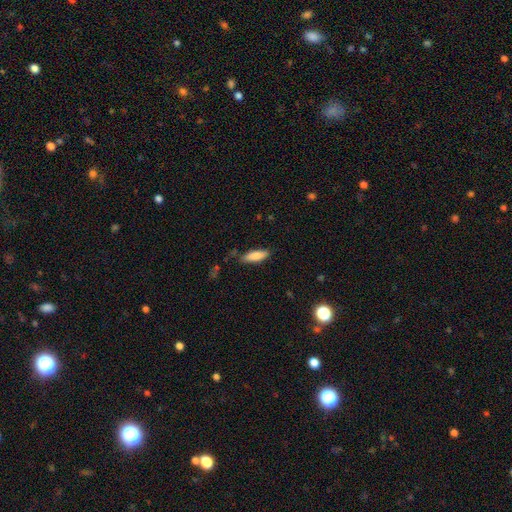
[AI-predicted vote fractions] smooth-or-featured: smooth: 83% | featured or disk: 10% | star or artifact: 6%
  how-rounded: in between: 51% | cigar-shaped: 47% | round: 2%
  merging: none: 79% | minor disturbance: 15% | major disturbance: 3% | merger: 2%